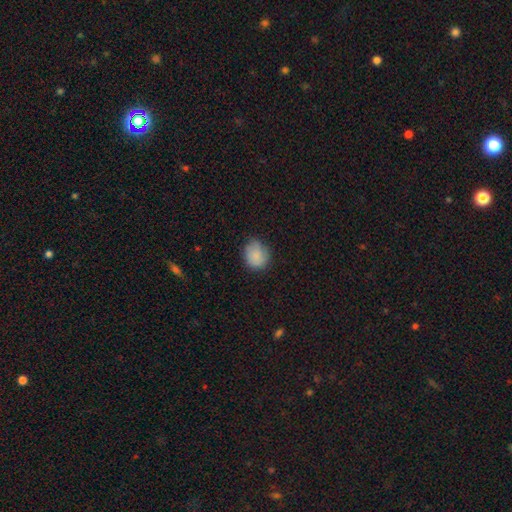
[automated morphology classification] Q: Smooth or featured?
A: smooth (85%); runner-up: star or artifact (8%)
Q: How rounded?
A: round (66%); runner-up: in between (33%)
Q: Merging?
A: none (71%); runner-up: minor disturbance (23%)